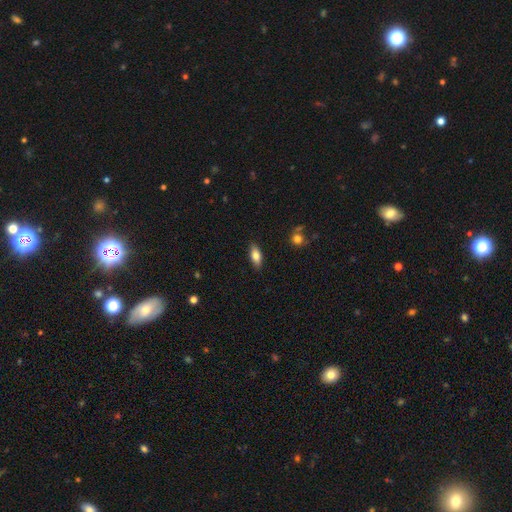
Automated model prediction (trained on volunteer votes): Smooth or featured: smooth — 79% (featured or disk — 14%)
How rounded: in between — 82% (cigar-shaped — 16%)
Merging: none — 87% (minor disturbance — 10%)